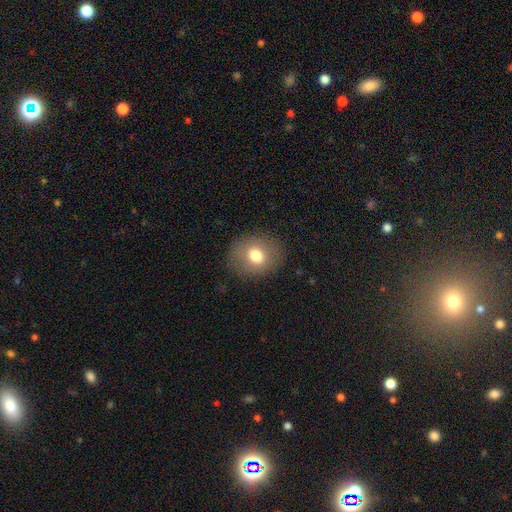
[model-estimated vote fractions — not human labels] This appears to be a smooth galaxy with no disk features (74%) that is round (60%). Merging: none (85%).